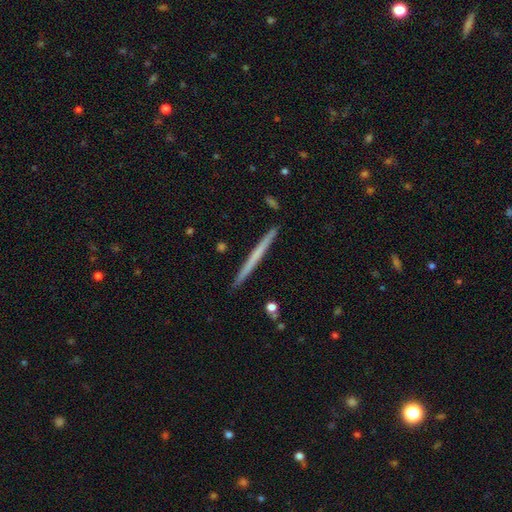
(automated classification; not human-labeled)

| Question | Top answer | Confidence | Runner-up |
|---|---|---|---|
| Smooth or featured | featured or disk | 50% | smooth (45%) |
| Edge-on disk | yes | 98% | no (2%) |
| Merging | none | 93% | minor disturbance (5%) |